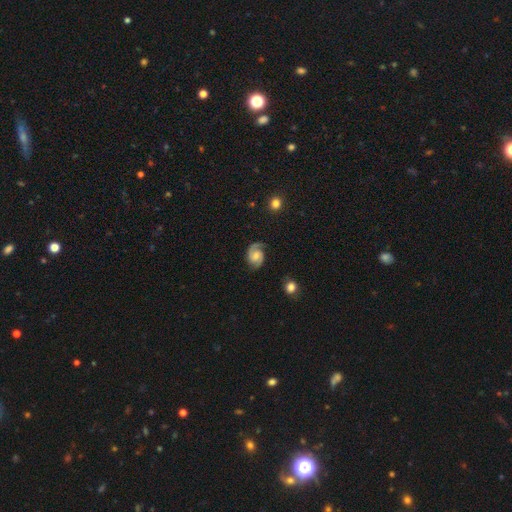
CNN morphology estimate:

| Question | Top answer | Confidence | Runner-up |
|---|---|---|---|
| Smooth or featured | featured or disk | 85% | smooth (9%) |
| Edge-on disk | no | 98% | yes (2%) |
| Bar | no | 55% | weak (38%) |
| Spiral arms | yes | 98% | no (2%) |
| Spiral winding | medium | 51% | tight (34%) |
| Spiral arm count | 2 | 90% | 1 (4%) |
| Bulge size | moderate | 46% | small (34%) |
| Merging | none | 78% | minor disturbance (16%) |